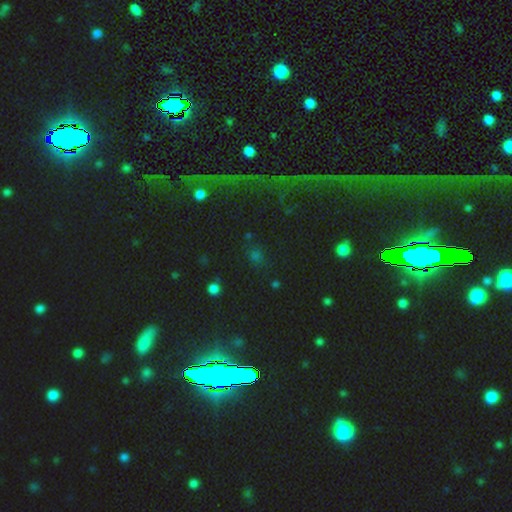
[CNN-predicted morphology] smooth_or_featured: star or artifact (p=0.52) [alt: smooth p=0.39]